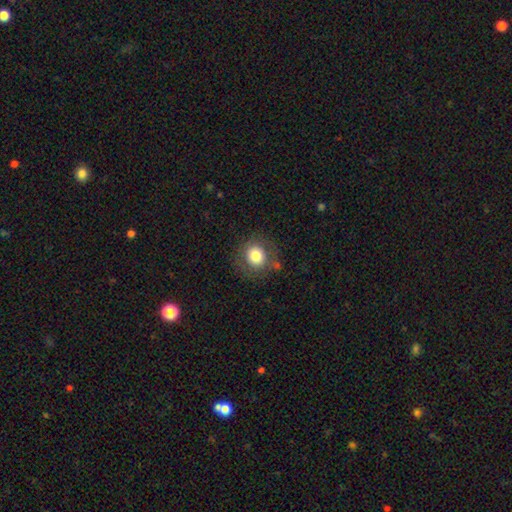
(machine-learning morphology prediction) The model was most divided on "merging": none: 79%, minor disturbance: 13%, major disturbance: 6%, merger: 3%. More confident: how rounded — round (84%); smooth or featured — smooth (78%).